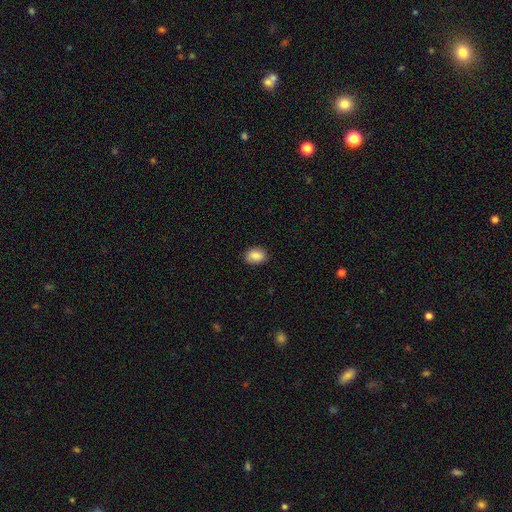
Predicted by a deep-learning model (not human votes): Smooth or featured?
  - smooth: 88% *
  - star or artifact: 8%
  - featured or disk: 5%
How rounded?
  - in between: 74% *
  - round: 25%
  - cigar-shaped: 1%
Merging?
  - none: 88% *
  - minor disturbance: 9%
  - major disturbance: 2%
  - merger: 1%